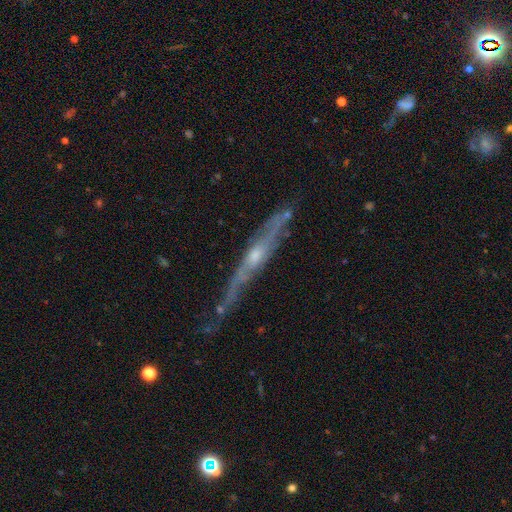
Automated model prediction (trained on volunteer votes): Morphology: type=featured or disk (78%); edge-on=yes (87%); edge-on bulge=rounded (68%); merging=none (64%).